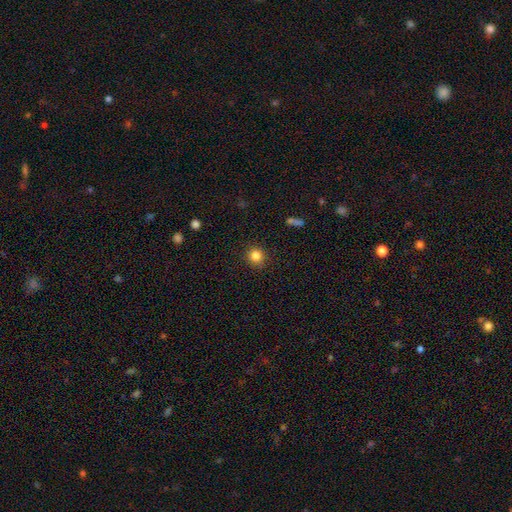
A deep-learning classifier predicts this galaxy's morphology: Smooth or featured: smooth — 83% (star or artifact — 12%)
How rounded: round — 92% (in between — 7%)
Merging: none — 90% (minor disturbance — 6%)